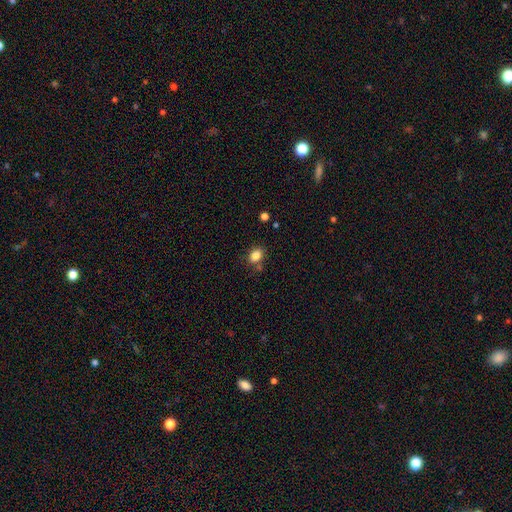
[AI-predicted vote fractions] smooth_or_featured: smooth (p=0.84) [alt: star or artifact p=0.10]
how_rounded: in between (p=0.63) [alt: round p=0.35]
merging: none (p=0.75) [alt: minor disturbance p=0.14]